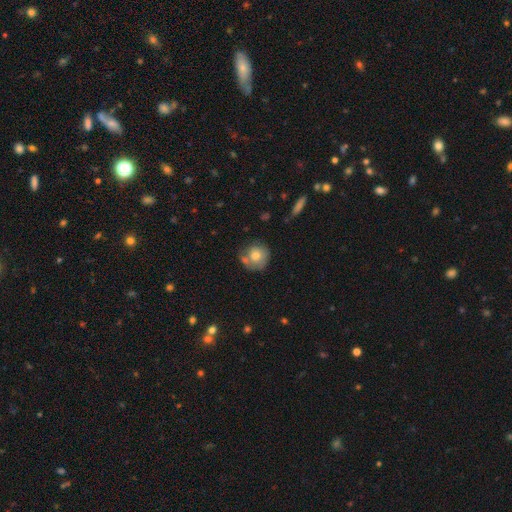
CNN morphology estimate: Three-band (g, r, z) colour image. It shows a smooth galaxy with no disk features (71%) that is round (87%). Merging: none (51%).